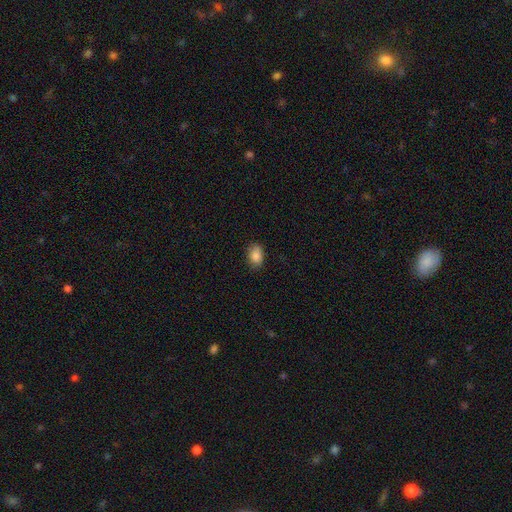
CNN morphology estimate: Smooth or featured?
  - smooth: 86% *
  - star or artifact: 9%
  - featured or disk: 5%
How rounded?
  - in between: 80% *
  - round: 19%
  - cigar-shaped: 1%
Merging?
  - none: 81% *
  - minor disturbance: 15%
  - major disturbance: 3%
  - merger: 1%